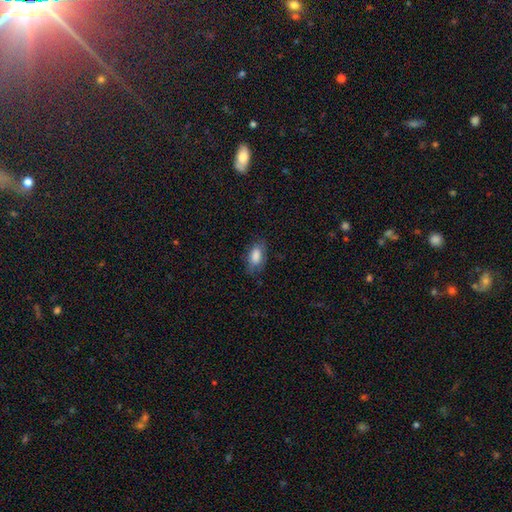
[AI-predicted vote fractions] Smooth or featured?
  - smooth: 83% *
  - featured or disk: 9%
  - star or artifact: 7%
How rounded?
  - in between: 89% *
  - cigar-shaped: 7%
  - round: 4%
Merging?
  - none: 74% *
  - minor disturbance: 19%
  - major disturbance: 6%
  - merger: 1%